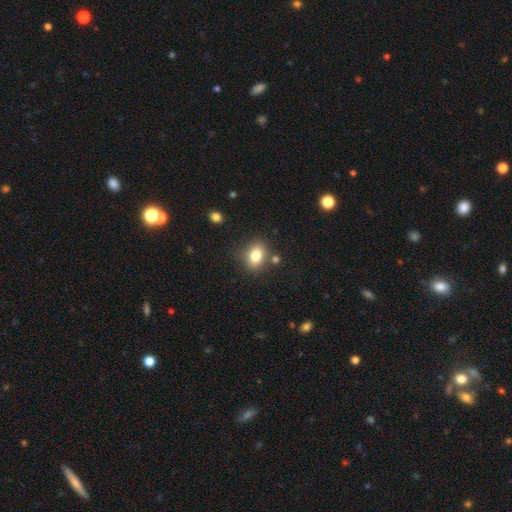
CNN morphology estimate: The model was most divided on "how rounded": in between: 59%, round: 40%, cigar-shaped: 1%. More confident: smooth or featured — smooth (80%); merging — none (75%).